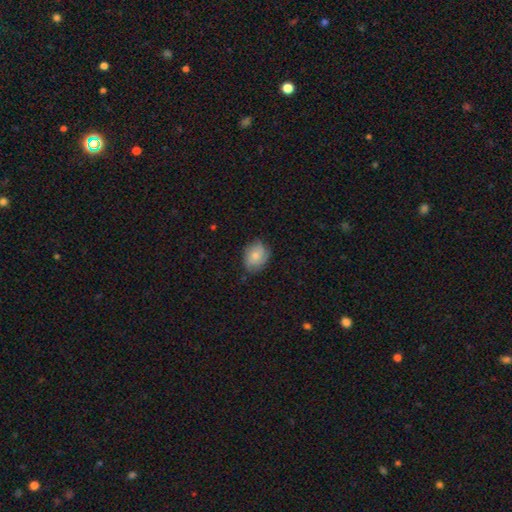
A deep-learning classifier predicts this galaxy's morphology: A smooth galaxy with no disk features (73%) that is in between round and cigar-shaped (55%).

Vote fractions:
- Smooth or featured? smooth: 73% / featured or disk: 20% / star or artifact: 7%
- How rounded? in between: 55% / round: 44% / cigar-shaped: 1%
- Merging? none: 72% / minor disturbance: 23% / major disturbance: 4% / merger: 1%